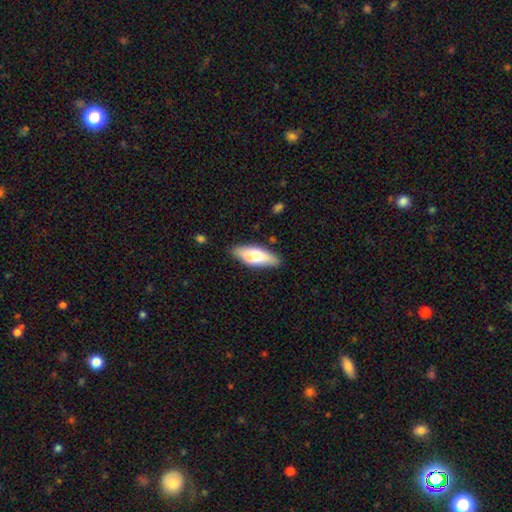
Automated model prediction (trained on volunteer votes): smooth-or-featured: smooth: 62% | featured or disk: 32% | star or artifact: 6%
  how-rounded: in between: 66% | cigar-shaped: 32% | round: 2%
  merging: none: 78% | minor disturbance: 14% | merger: 6% | major disturbance: 3%